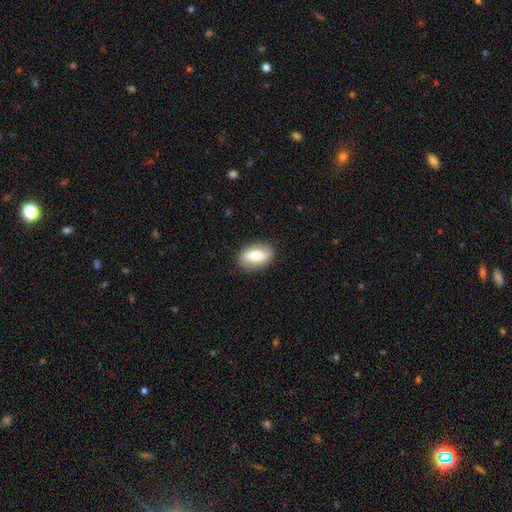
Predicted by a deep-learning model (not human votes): Smooth or featured? smooth (68%)
How rounded? in between (87%)
Merging? none (86%)